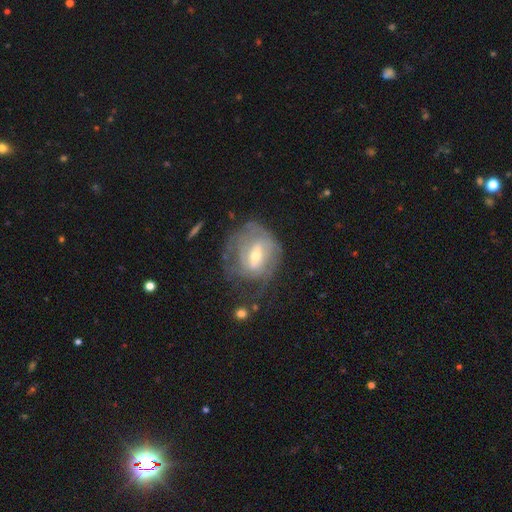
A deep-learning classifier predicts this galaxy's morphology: Smooth or featured? featured or disk (74%)
Edge-on disk? no (96%)
Bar? weak (52%)
Spiral arms? yes (76%)
Spiral winding? tight (57%)
Spiral arm count? can't tell (52%)
Bulge size? moderate (49%)
Merging? none (48%)